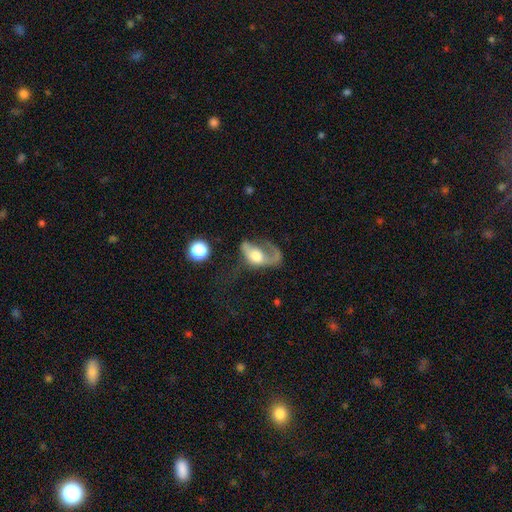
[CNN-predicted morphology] This appears to be a featured or disk galaxy (56%) with no bar (77%), spiral arms (56%) and a moderate central bulge (46%). Merging: major disturbance (61%).